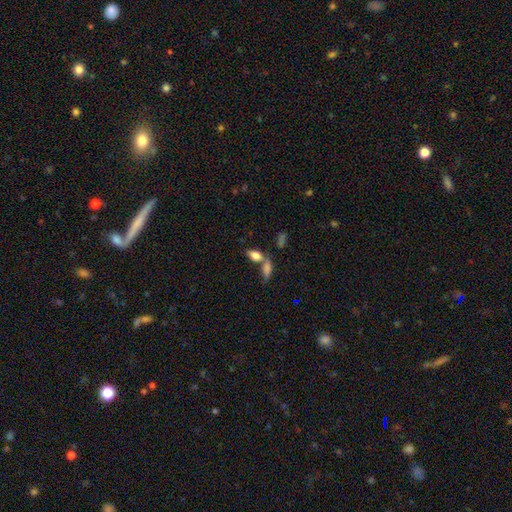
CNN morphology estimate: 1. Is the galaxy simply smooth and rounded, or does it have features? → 74% smooth, 17% featured or disk, 9% star or artifact.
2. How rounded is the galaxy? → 83% in between, 12% cigar-shaped, 4% round.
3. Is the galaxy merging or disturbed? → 49% none, 36% merger, 11% minor disturbance, 5% major disturbance.